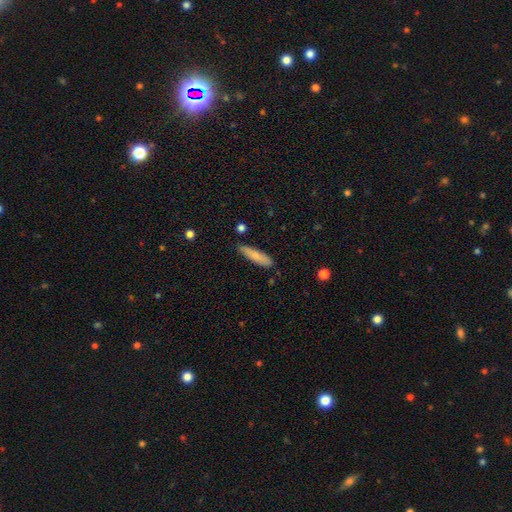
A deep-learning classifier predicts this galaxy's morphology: The model was most divided on "how rounded": cigar-shaped: 75%, in between: 24%, round: 2%. More confident: merging — none (82%); smooth or featured — smooth (80%).